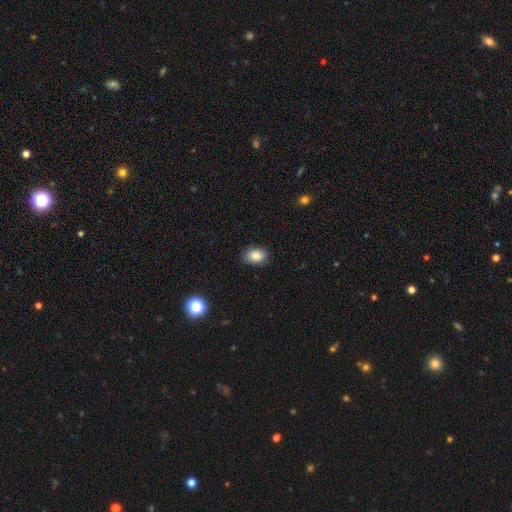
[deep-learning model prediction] smooth 86%, star or artifact 9%, featured or disk 5%. Down the decision tree: how rounded — in between (69%); merging — none (87%).